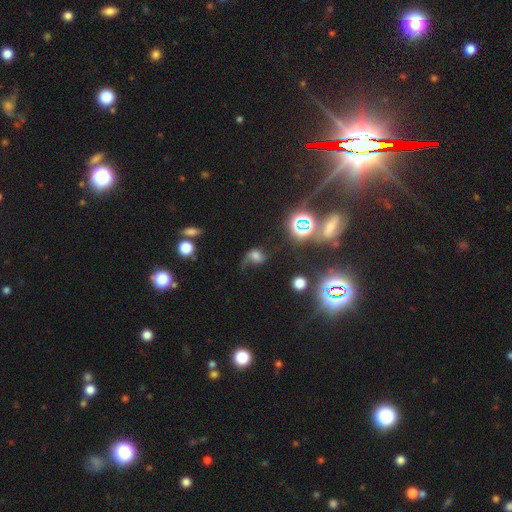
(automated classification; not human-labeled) Smooth or featured?
  - smooth: 42% *
  - featured or disk: 37%
  - star or artifact: 21%
Merging?
  - major disturbance: 38% *
  - none: 32%
  - minor disturbance: 24%
  - merger: 7%